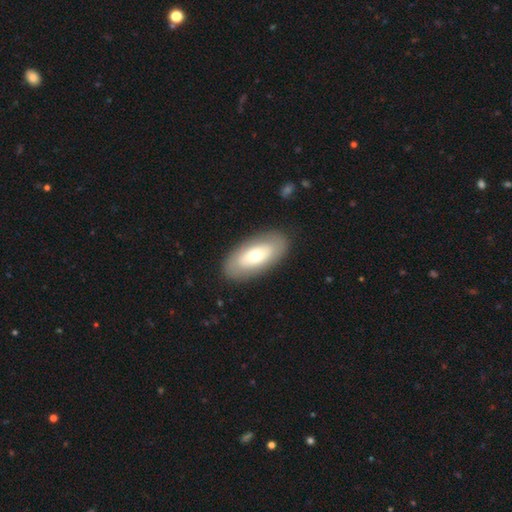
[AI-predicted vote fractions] A smooth galaxy with no disk features (57%) that is in between round and cigar-shaped (91%). Merging: none (86%).